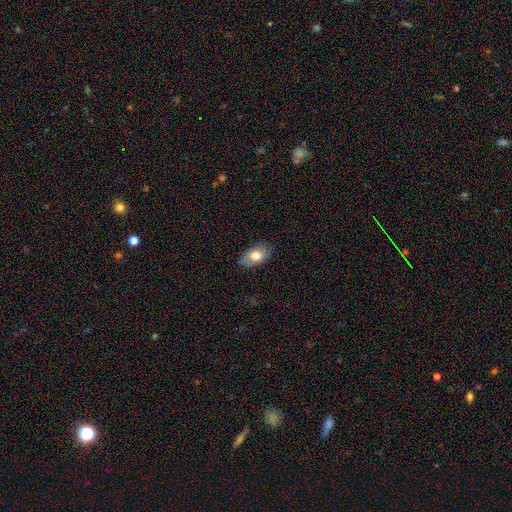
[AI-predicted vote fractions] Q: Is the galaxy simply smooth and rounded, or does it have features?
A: smooth — 75%.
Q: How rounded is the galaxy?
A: in between — 91%.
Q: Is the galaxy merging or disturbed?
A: none — 80%.